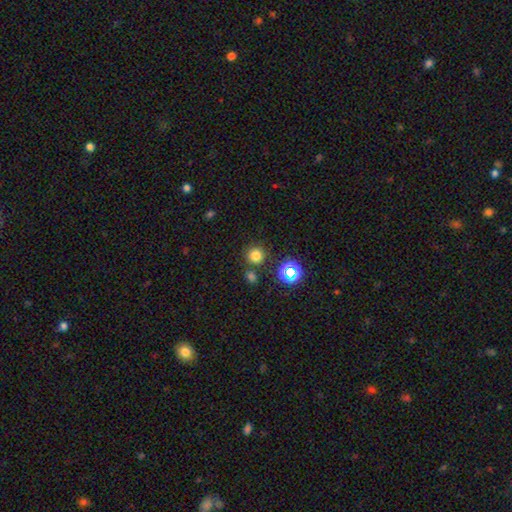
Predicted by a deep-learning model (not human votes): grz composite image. It shows a smooth galaxy with no disk features (74%) that is round (93%). Merging: none (78%).